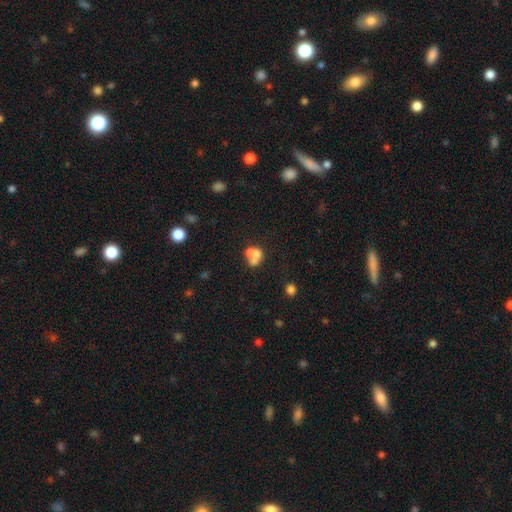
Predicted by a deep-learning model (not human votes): Smooth or featured?
  - smooth: 57% *
  - featured or disk: 30%
  - star or artifact: 13%
How rounded?
  - round: 55% *
  - in between: 43%
  - cigar-shaped: 1%
Merging?
  - merger: 63% *
  - none: 23%
  - minor disturbance: 7%
  - major disturbance: 6%